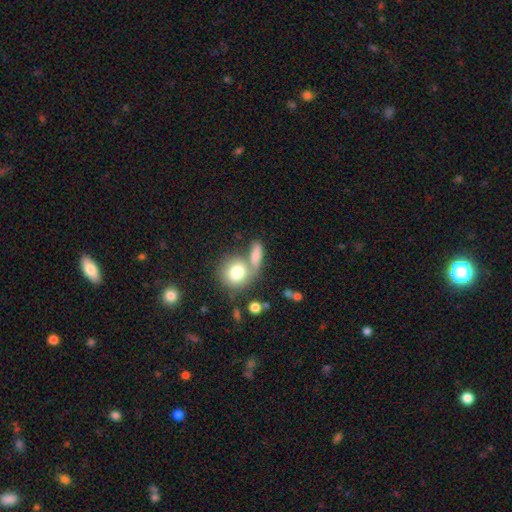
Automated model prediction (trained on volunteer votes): Morphology: type=smooth (78%); roundness=in between (48%); merging=none (47%).